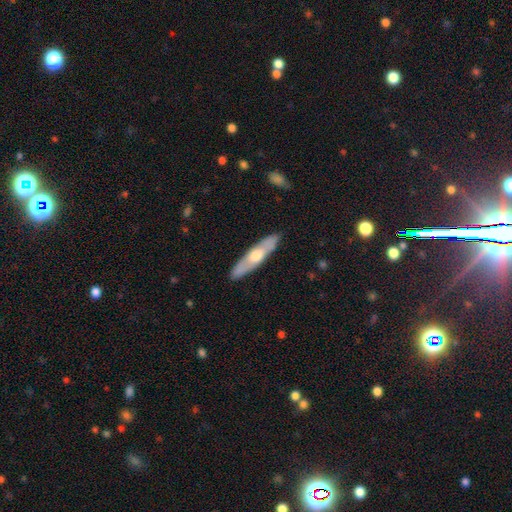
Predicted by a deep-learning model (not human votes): This is possibly a featured or disk galaxy (51%). It is likely viewed edge-on (71%). Merging: clearly none (89%).